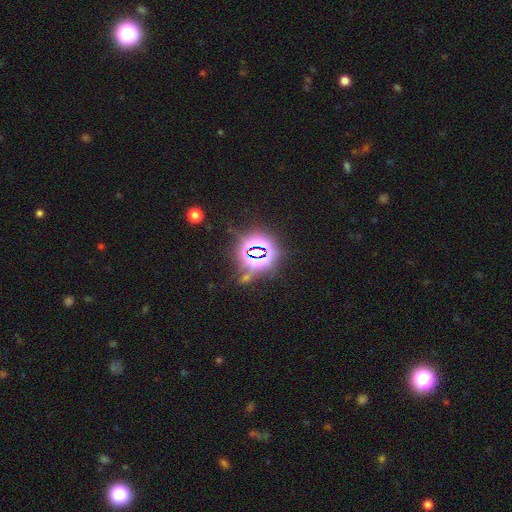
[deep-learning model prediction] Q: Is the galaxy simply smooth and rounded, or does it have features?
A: star or artifact — 79%.